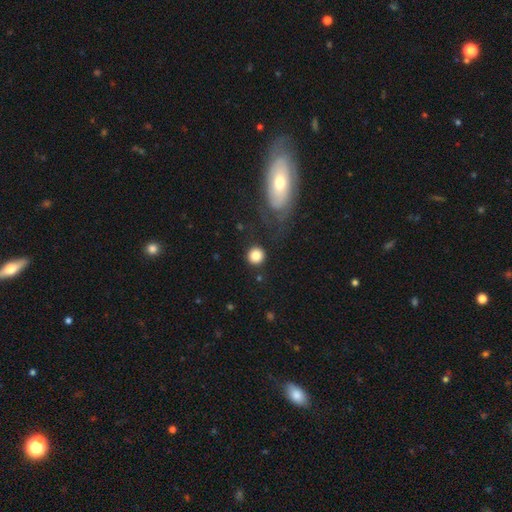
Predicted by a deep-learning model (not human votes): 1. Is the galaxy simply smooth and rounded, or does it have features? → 84% smooth, 9% star or artifact, 6% featured or disk.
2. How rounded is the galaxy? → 93% round, 6% in between, 1% cigar-shaped.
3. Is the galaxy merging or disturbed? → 86% none, 7% minor disturbance, 4% major disturbance, 3% merger.